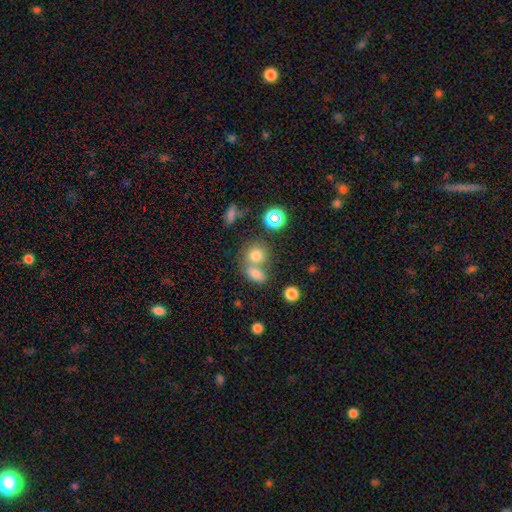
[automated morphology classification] A smooth galaxy with no disk features (72%) that is round (58%).

Vote fractions:
- Smooth or featured? smooth: 72% / star or artifact: 16% / featured or disk: 12%
- How rounded? round: 58% / in between: 40% / cigar-shaped: 2%
- Merging? merger: 49% / none: 39% / minor disturbance: 8% / major disturbance: 4%